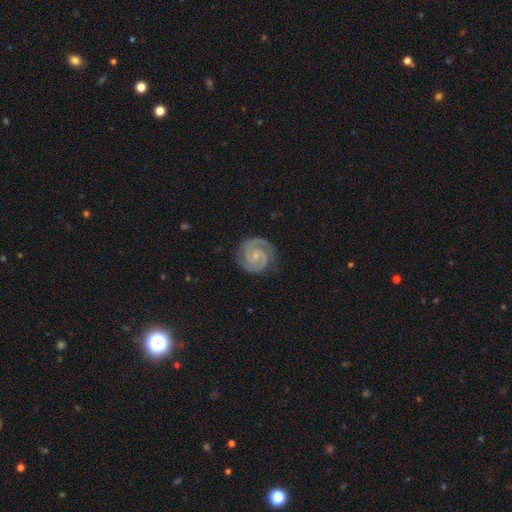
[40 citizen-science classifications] Smooth or featured? 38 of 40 (95%) said featured or disk. Edge-on disk? 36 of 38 (95%) said no. Bar? 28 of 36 (78%) said no. Spiral arms? 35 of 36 (97%) said yes. Spiral winding? 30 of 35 (86%) said tight. Spiral arm count? 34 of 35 (97%) said 2. Bulge size? 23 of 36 (64%) said small. Merging? 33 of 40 (82%) said none.